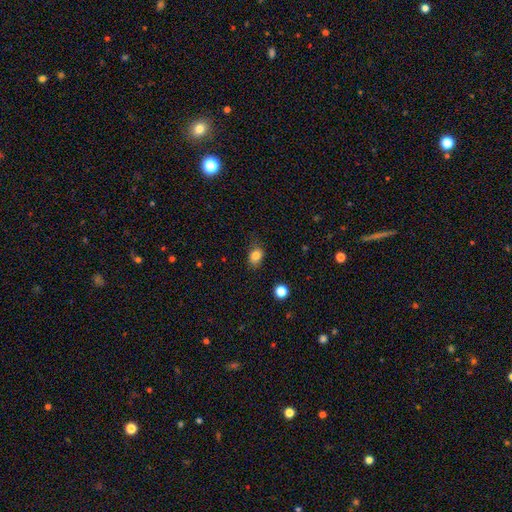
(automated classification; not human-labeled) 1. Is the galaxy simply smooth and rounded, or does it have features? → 82% smooth, 11% star or artifact, 7% featured or disk.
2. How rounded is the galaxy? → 64% in between, 35% round, 1% cigar-shaped.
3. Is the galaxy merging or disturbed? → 75% none, 19% minor disturbance, 4% major disturbance, 2% merger.